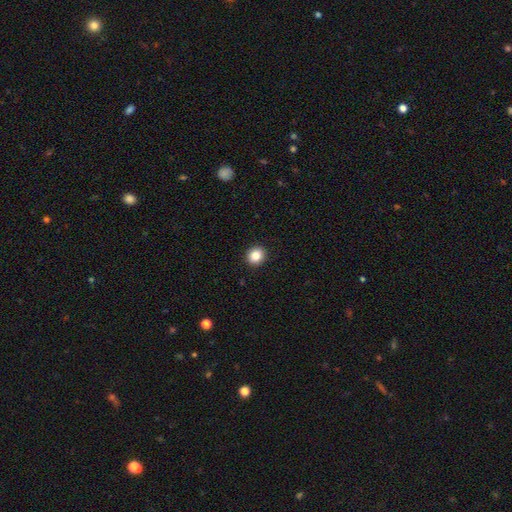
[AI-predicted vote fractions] smooth 85%, star or artifact 10%, featured or disk 5%. Down the decision tree: how rounded — round (82%); merging — none (93%).